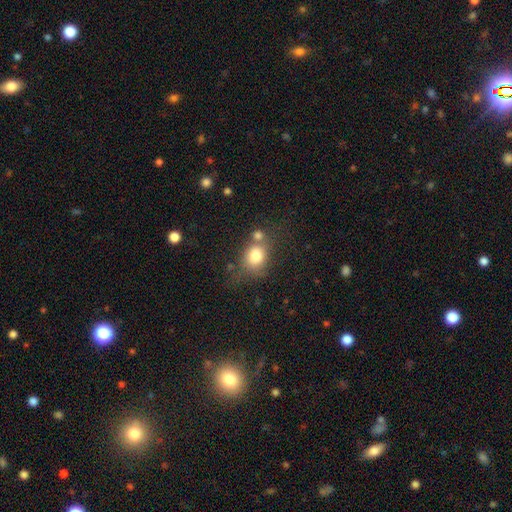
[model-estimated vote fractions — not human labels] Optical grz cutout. It shows a smooth galaxy with no disk features (78%) that is round (59%). Merging: none (46%).